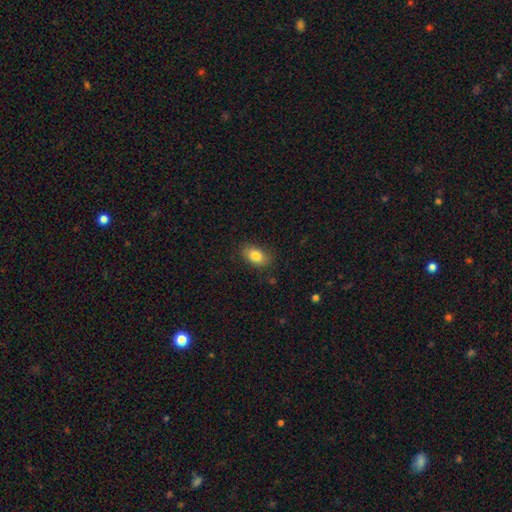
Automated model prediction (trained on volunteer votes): The model was most divided on "merging": none: 83%, minor disturbance: 12%, major disturbance: 3%, merger: 1%. More confident: how rounded — in between (89%); smooth or featured — smooth (83%).